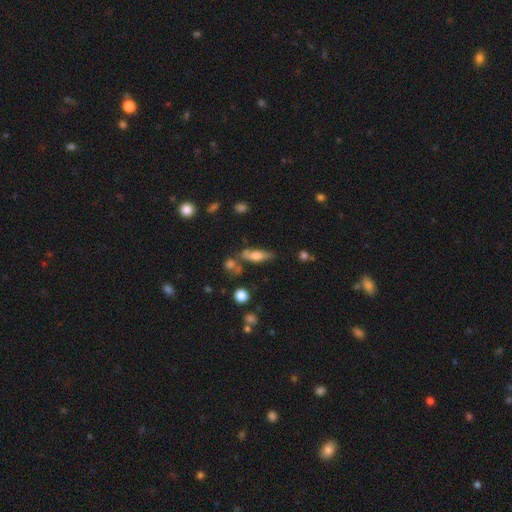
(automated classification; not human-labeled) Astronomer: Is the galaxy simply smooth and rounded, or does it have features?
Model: smooth — 61%.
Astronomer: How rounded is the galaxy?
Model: in between — 51% (runner-up: cigar-shaped, 46%).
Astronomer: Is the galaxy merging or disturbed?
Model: none — 58%.